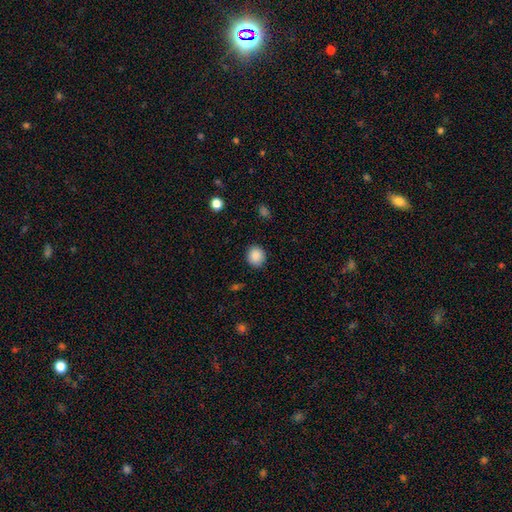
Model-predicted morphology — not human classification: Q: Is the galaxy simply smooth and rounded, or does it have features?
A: smooth — 88%.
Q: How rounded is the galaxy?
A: round — 81%.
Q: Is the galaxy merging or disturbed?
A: none — 89%.